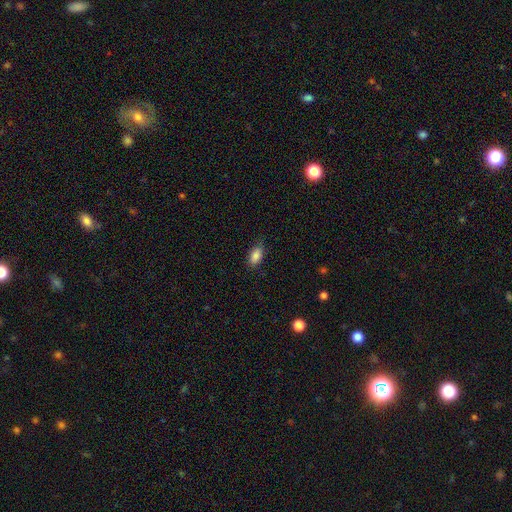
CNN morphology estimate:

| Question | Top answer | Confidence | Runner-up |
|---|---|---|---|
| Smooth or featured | smooth | 87% | star or artifact (8%) |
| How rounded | in between | 91% | round (5%) |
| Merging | none | 78% | minor disturbance (17%) |